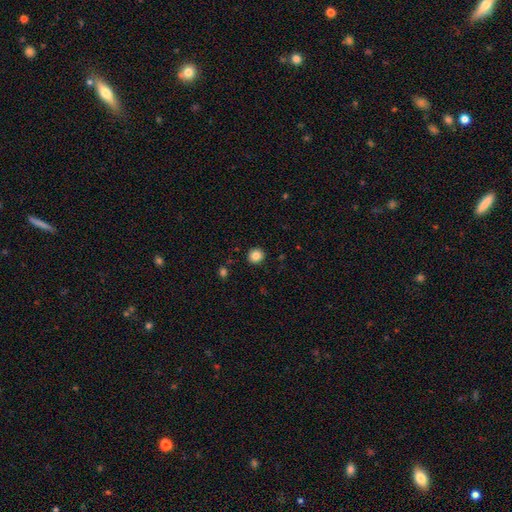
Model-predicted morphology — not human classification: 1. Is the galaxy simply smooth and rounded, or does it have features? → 84% smooth, 10% star or artifact, 6% featured or disk.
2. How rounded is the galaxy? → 88% round, 11% in between, 1% cigar-shaped.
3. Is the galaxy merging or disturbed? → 92% none, 5% minor disturbance, 2% major disturbance, 1% merger.